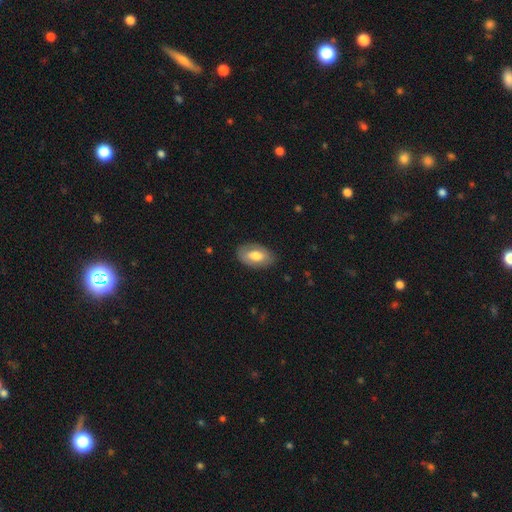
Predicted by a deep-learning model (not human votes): Smooth or featured? Predicted: smooth (p=0.64). How rounded? Predicted: in between (p=0.93). Merging? Predicted: none (p=0.81).